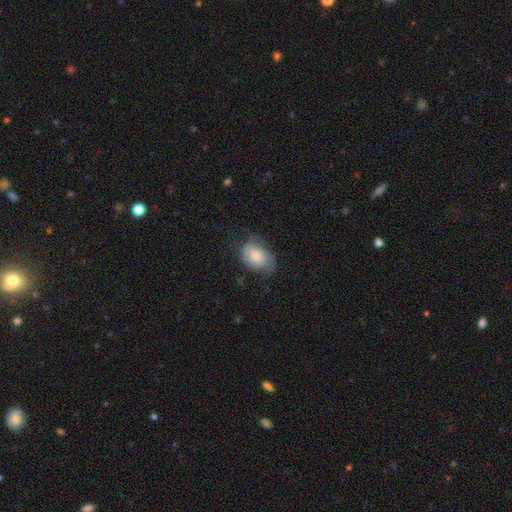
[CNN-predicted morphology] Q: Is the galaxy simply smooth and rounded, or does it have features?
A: smooth — 70%.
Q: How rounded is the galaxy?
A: in between — 83%.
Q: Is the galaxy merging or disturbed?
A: none — 51%.